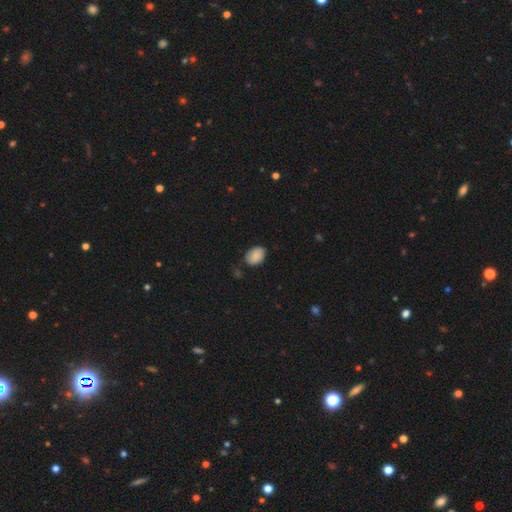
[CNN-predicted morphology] Q: Smooth or featured?
A: smooth (84%); runner-up: featured or disk (8%)
Q: How rounded?
A: in between (79%); runner-up: round (20%)
Q: Merging?
A: none (69%); runner-up: minor disturbance (25%)